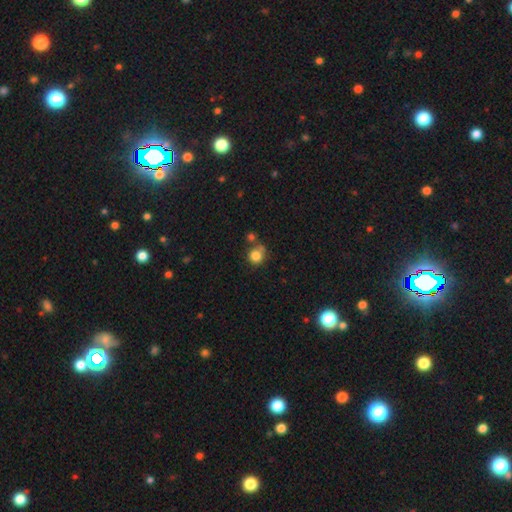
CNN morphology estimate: This appears to be a smooth galaxy with no disk features (82%) that is round (89%). Merging: none (57%).